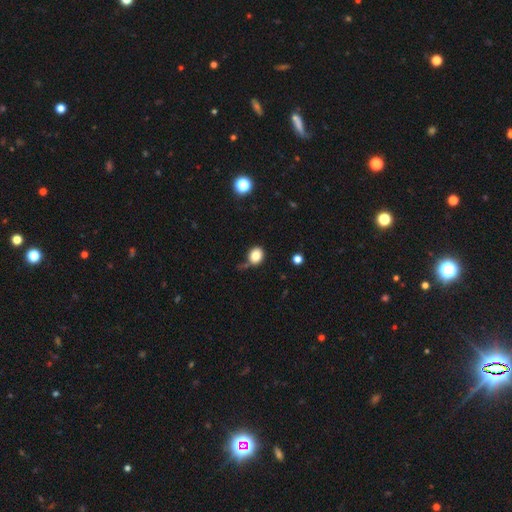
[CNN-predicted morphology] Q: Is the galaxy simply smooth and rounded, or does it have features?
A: smooth — 83%.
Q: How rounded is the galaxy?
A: round — 65%.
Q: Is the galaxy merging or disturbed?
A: none — 68%.